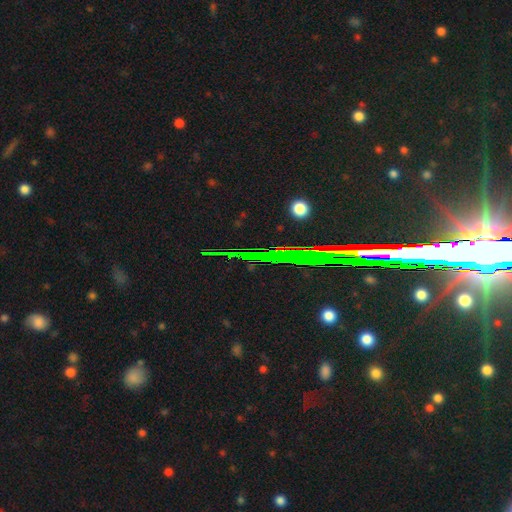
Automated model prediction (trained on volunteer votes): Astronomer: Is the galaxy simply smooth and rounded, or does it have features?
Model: star or artifact — 76%.